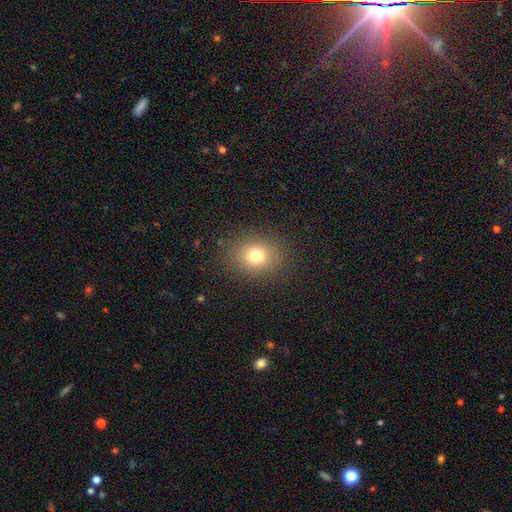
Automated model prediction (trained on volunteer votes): A smooth galaxy with no disk features (75%) that is round (60%).

Vote fractions:
- Smooth or featured? smooth: 75% / star or artifact: 14% / featured or disk: 10%
- How rounded? round: 60% / in between: 39% / cigar-shaped: 1%
- Merging? none: 86% / minor disturbance: 9% / major disturbance: 4% / merger: 1%